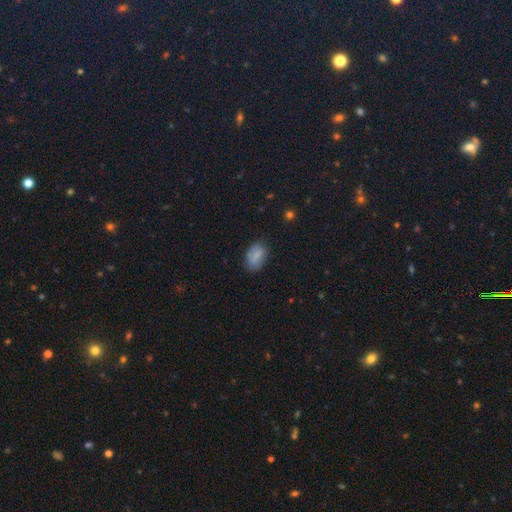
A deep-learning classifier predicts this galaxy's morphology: This appears to be a smooth galaxy with no disk features (80%) that is in between round and cigar-shaped (88%). Merging: none (75%).